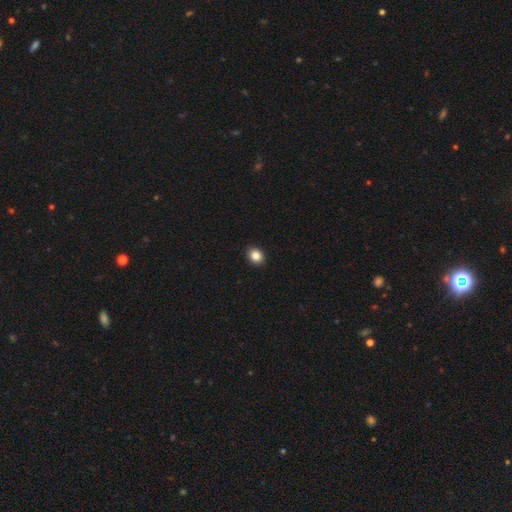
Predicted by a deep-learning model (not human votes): Smooth or featured: smooth — 86% (star or artifact — 10%)
How rounded: round — 58% (in between — 41%)
Merging: none — 91% (minor disturbance — 6%)